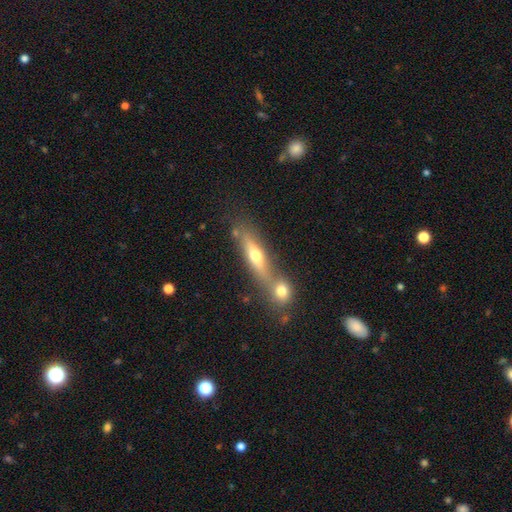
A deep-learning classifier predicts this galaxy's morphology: Smooth or featured? Predicted: smooth (p=0.52). How rounded? Predicted: cigar-shaped (p=0.61). Merging? Predicted: none (p=0.44).